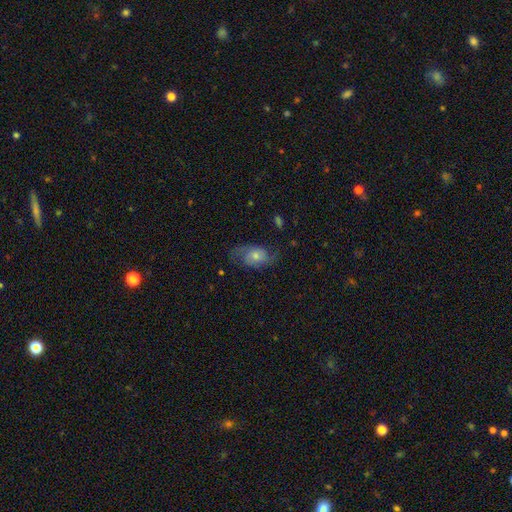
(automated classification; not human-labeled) A featured or disk galaxy (57%) with no bar (71%), spiral arms (86%) and a small central bulge (45%). Merging: none (60%).